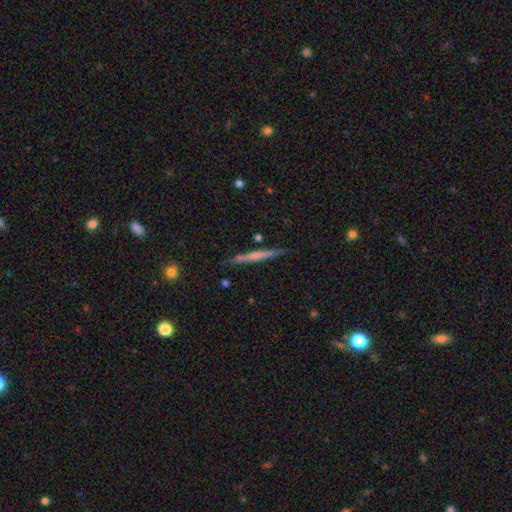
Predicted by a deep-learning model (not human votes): Overall: featured or disk (53%; smooth 41%). Edge-on disk: yes (97%). Edge-on bulge: none (68%). Merging: none (87%).